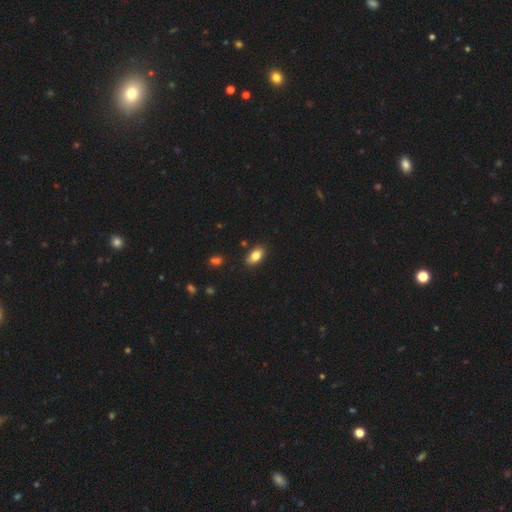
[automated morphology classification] A smooth galaxy with no disk features (83%) that is in between round and cigar-shaped (90%).

Vote fractions:
- Smooth or featured? smooth: 83% / featured or disk: 9% / star or artifact: 8%
- How rounded? in between: 90% / round: 7% / cigar-shaped: 4%
- Merging? none: 85% / minor disturbance: 11% / major disturbance: 2% / merger: 2%